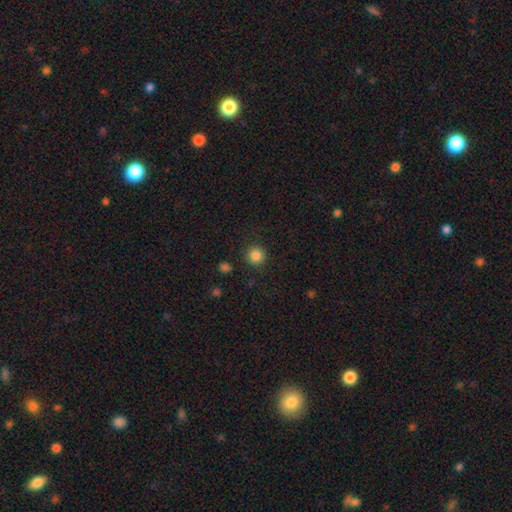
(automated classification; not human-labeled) A smooth galaxy with no disk features (85%) that is round (94%).

Vote fractions:
- Smooth or featured? smooth: 85% / star or artifact: 11% / featured or disk: 4%
- How rounded? round: 94% / in between: 5% / cigar-shaped: 1%
- Merging? none: 90% / minor disturbance: 6% / major disturbance: 2% / merger: 2%